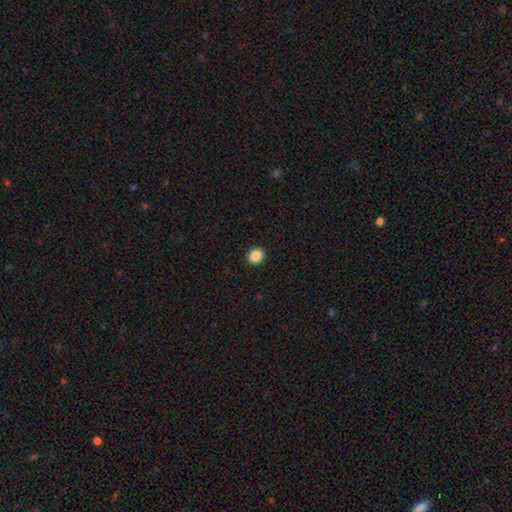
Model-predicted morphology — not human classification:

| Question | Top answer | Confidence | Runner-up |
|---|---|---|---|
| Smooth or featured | smooth | 87% | star or artifact (10%) |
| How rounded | round | 72% | in between (27%) |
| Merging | none | 93% | minor disturbance (5%) |